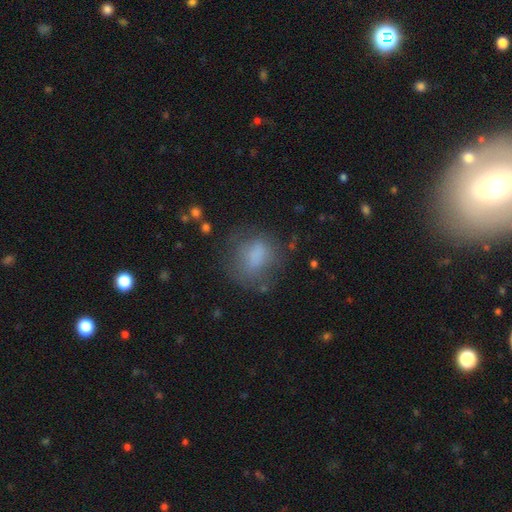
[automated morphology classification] This appears to be a smooth galaxy with no disk features (72%) that is round (52%). Merging: none (58%).